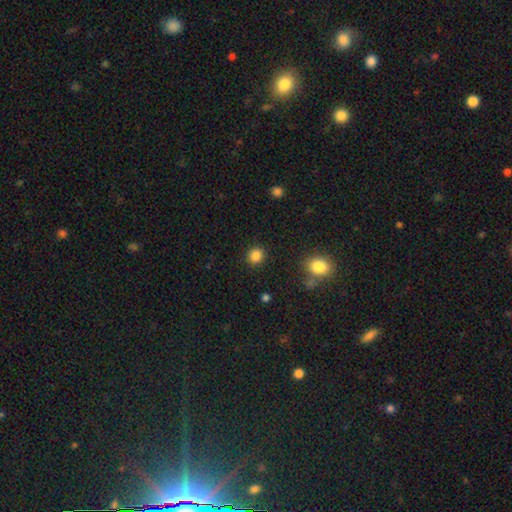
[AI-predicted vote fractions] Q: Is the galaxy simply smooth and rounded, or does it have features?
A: smooth — 86%.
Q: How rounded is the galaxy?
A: round — 77%.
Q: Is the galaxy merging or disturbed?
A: none — 90%.